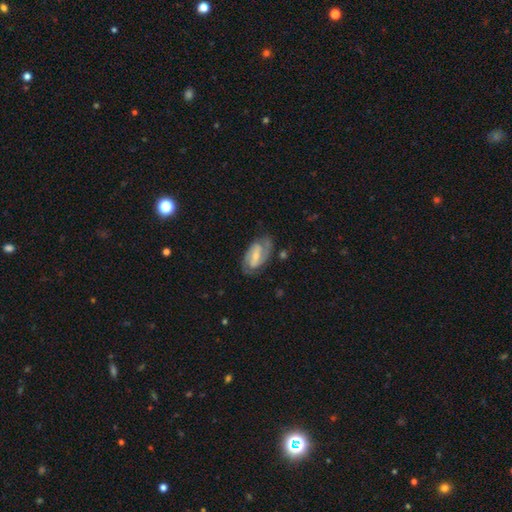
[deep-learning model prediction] Morphology: type=featured or disk (77%); edge-on=no (96%); bar=strong (50%); spiral arms=yes (91%); winding=medium (47%); arm count=2 (86%); bulge=small (54%); merging=none (73%).